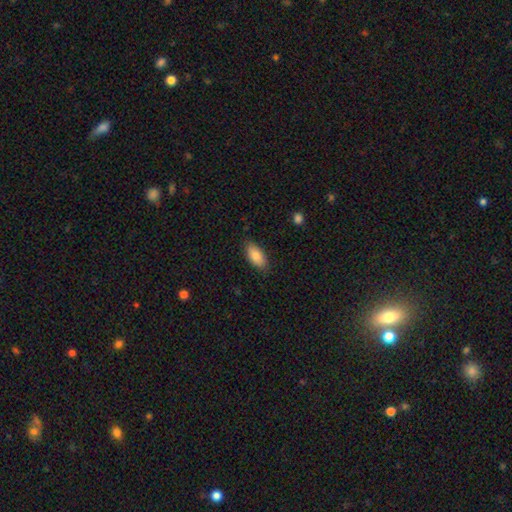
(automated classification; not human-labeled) A smooth galaxy with no disk features (84%) that is in between round and cigar-shaped (90%). Merging: none (84%).